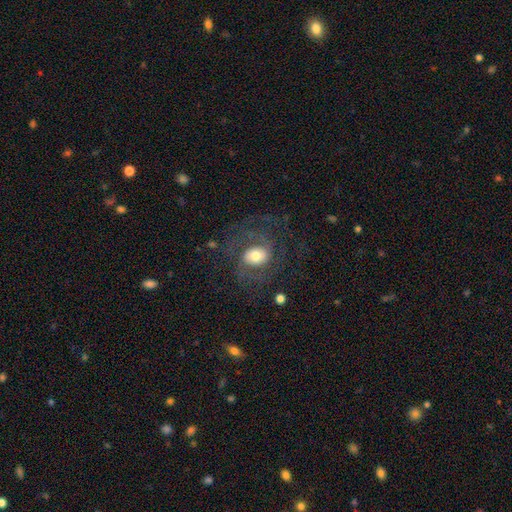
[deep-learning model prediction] Smooth or featured? featured or disk (65%)
Edge-on disk? no (97%)
Bar? no (63%)
Spiral arms? yes (84%)
Spiral winding? medium (46%)
Spiral arm count? 2 (48%)
Bulge size? moderate (55%)
Merging? none (60%)